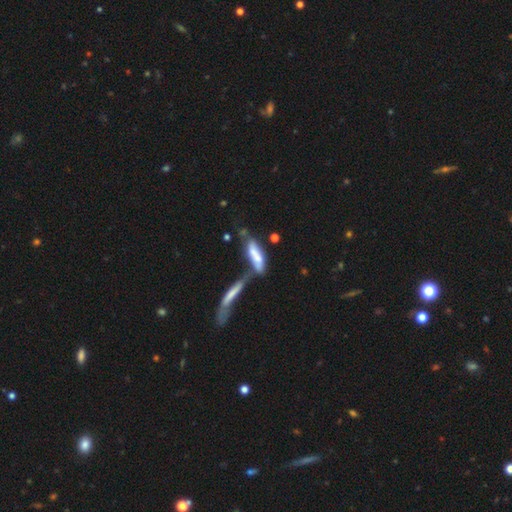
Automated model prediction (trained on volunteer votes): Overall: smooth (59%; featured or disk 34%). How rounded: cigar-shaped (60%; in between 38%). Merging: merger (58%; none 19%).